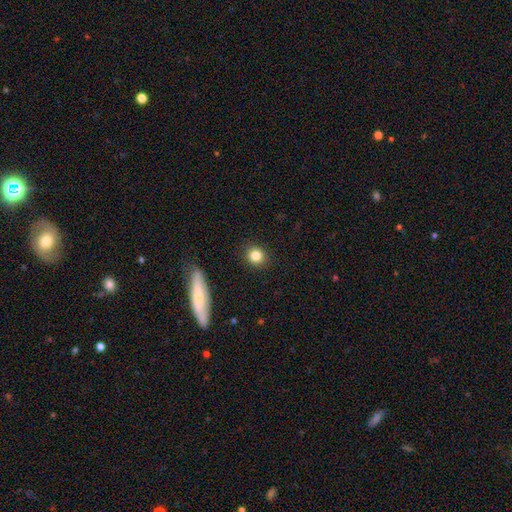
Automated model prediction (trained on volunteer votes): Smooth or featured?
  - smooth: 82% *
  - star or artifact: 11%
  - featured or disk: 7%
How rounded?
  - round: 85% *
  - in between: 13%
  - cigar-shaped: 2%
Merging?
  - none: 90% *
  - minor disturbance: 7%
  - major disturbance: 2%
  - merger: 1%